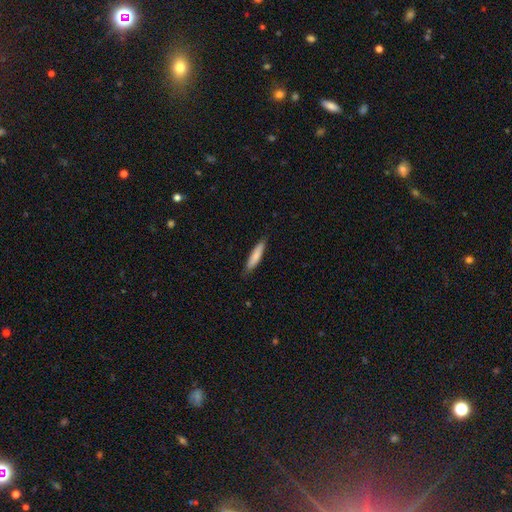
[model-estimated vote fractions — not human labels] This is clearly a smooth galaxy (81%). How rounded: clearly cigar-shaped (85%). Merging: clearly none (86%).